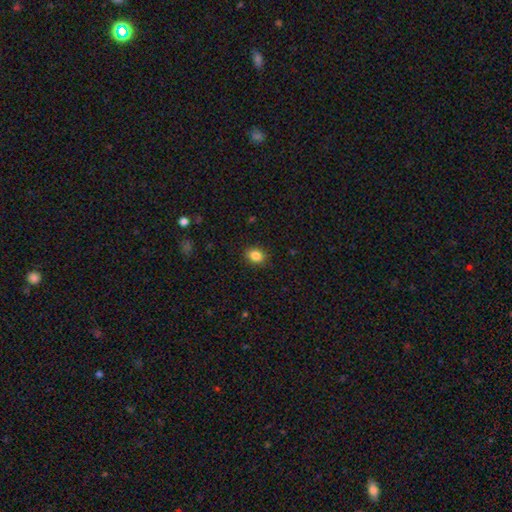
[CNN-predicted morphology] smooth 85%, star or artifact 10%, featured or disk 5%. Down the decision tree: how rounded — in between (52%); merging — none (88%).